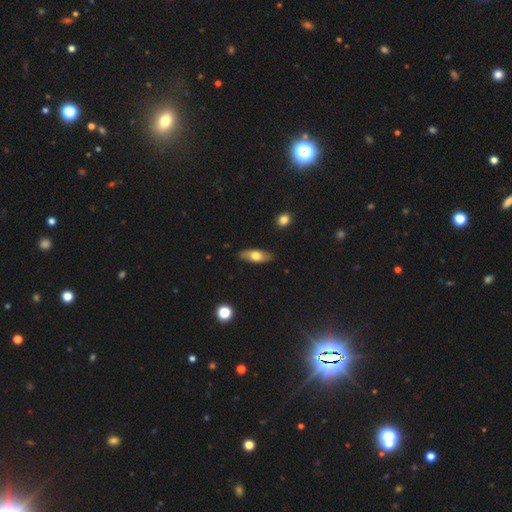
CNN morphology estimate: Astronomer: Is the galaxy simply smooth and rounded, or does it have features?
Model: smooth — 62%.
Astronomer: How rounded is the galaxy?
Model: in between — 75%.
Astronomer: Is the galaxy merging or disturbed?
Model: none — 84%.